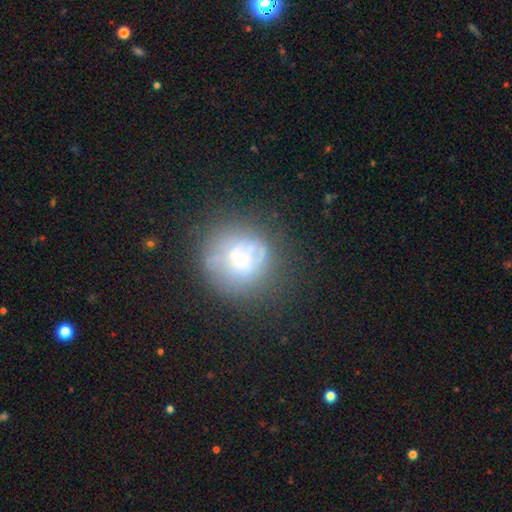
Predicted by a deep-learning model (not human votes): Morphology: type=smooth (44%); merging=none (68%).